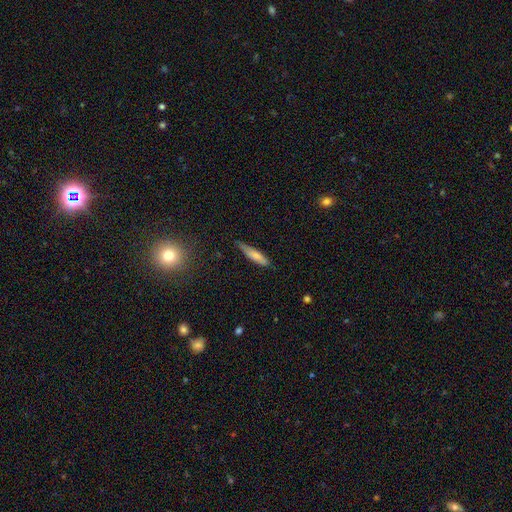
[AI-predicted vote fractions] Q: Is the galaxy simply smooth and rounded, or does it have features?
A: smooth — 73%.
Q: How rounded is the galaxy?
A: cigar-shaped — 80%.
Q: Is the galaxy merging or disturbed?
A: none — 70%.